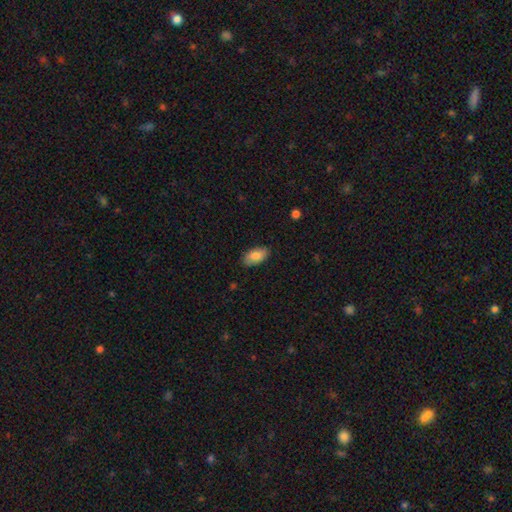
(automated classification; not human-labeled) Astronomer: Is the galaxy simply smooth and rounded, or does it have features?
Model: smooth — 81%.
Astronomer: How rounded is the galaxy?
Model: in between — 94%.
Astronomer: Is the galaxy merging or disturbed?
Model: none — 86%.